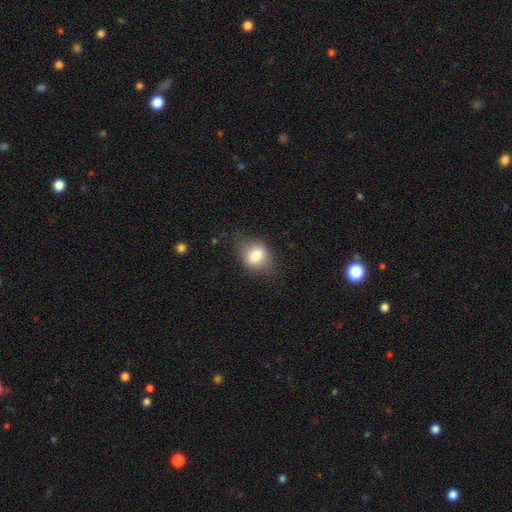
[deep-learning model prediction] Smooth or featured? smooth (77%)
How rounded? in between (56%)
Merging? none (68%)